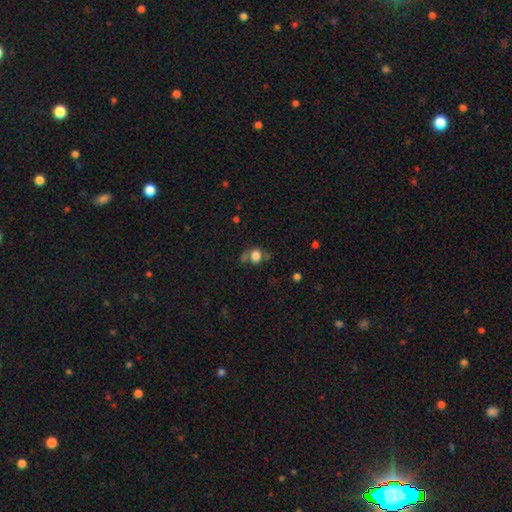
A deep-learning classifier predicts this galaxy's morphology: The model was most divided on "how rounded": round: 51%, in between: 47%, cigar-shaped: 2%. Remaining: smooth or featured — smooth (74%); merging — none (45%).